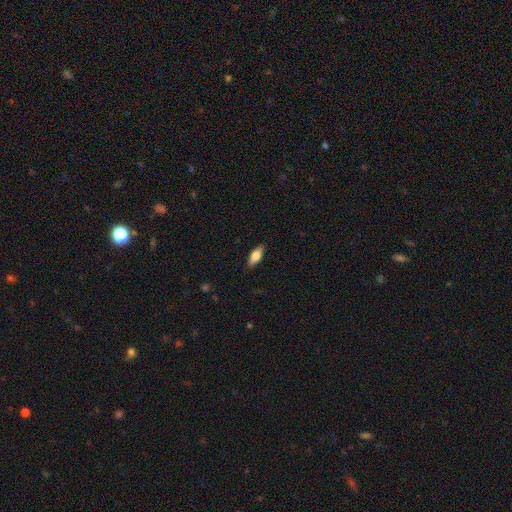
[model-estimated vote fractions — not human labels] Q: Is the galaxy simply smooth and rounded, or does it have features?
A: smooth — 71%.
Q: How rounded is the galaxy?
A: in between — 73%.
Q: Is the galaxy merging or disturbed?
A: none — 88%.